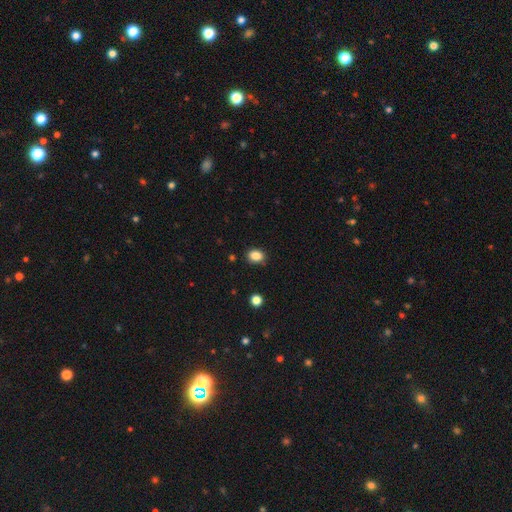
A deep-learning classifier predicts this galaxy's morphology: A smooth galaxy with no disk features (86%) that is in between round and cigar-shaped (63%). Merging: none (85%).